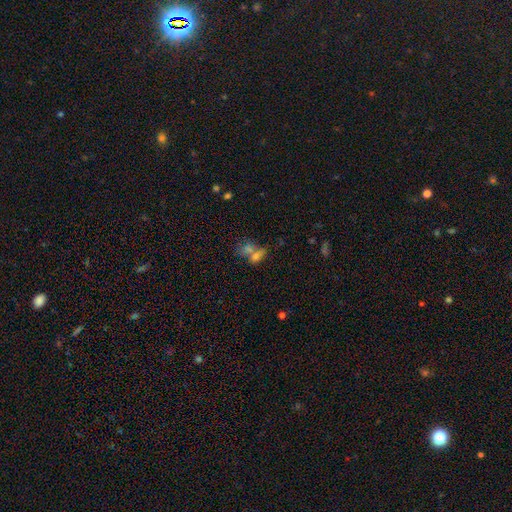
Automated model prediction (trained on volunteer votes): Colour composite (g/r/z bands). It shows a smooth galaxy with no disk features (66%) that is in between round and cigar-shaped (67%). Merging: merger (58%).